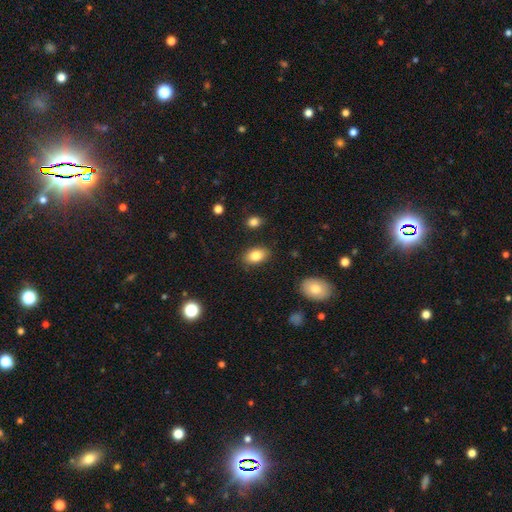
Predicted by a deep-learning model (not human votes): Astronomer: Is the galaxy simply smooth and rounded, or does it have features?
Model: smooth — 83%.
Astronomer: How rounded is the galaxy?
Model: in between — 89%.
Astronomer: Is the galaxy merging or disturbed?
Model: none — 86%.